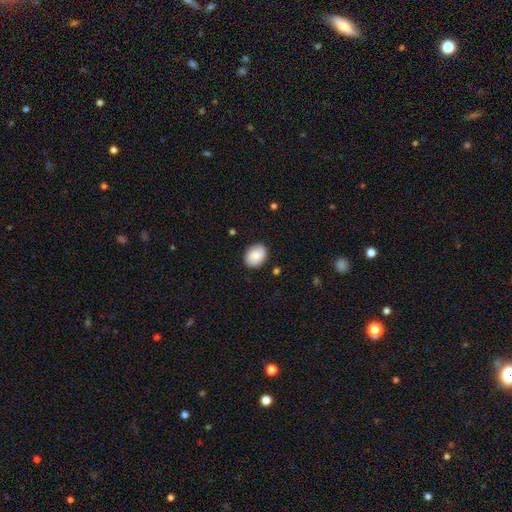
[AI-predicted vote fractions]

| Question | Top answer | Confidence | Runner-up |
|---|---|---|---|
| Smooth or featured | smooth | 87% | star or artifact (7%) |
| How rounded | in between | 66% | round (33%) |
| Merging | none | 86% | minor disturbance (11%) |